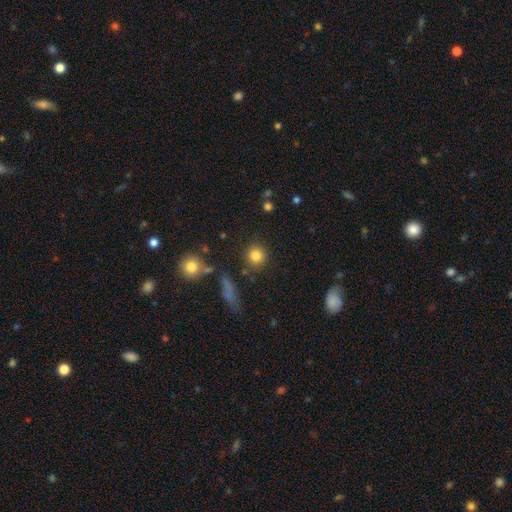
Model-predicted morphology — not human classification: The model was most divided on "smooth or featured": smooth: 83%, star or artifact: 11%, featured or disk: 6%. More confident: how rounded — round (90%); merging — none (85%).